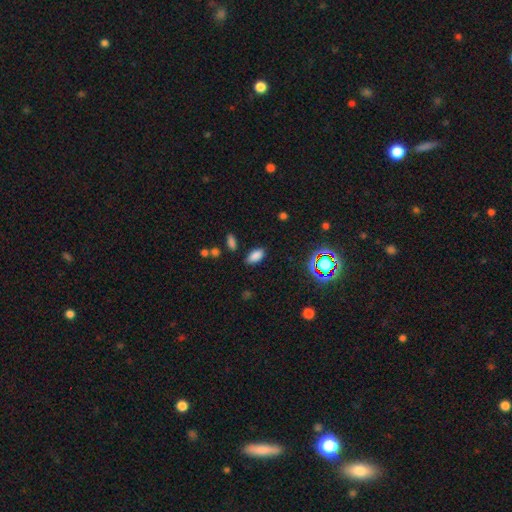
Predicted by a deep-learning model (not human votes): Smooth or featured: smooth — 81% (star or artifact — 14%)
How rounded: in between — 91% (cigar-shaped — 6%)
Merging: none — 83% (minor disturbance — 12%)